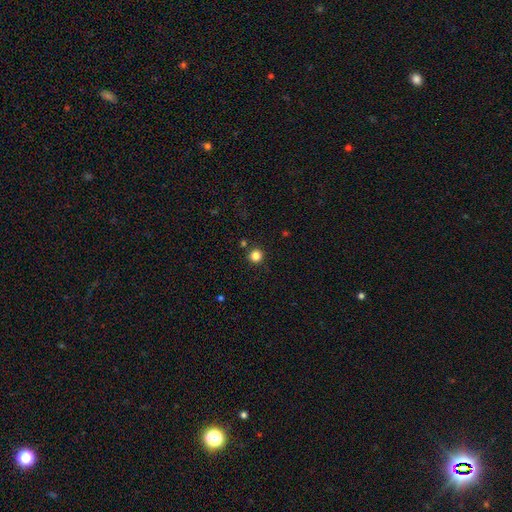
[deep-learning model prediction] A smooth galaxy with no disk features (83%) that is round (96%).

Vote fractions:
- Smooth or featured? smooth: 83% / star or artifact: 13% / featured or disk: 4%
- How rounded? round: 96% / in between: 3% / cigar-shaped: 1%
- Merging? none: 90% / minor disturbance: 5% / merger: 3% / major disturbance: 2%